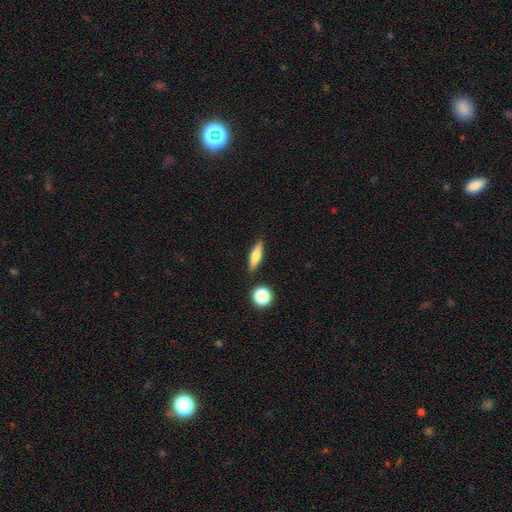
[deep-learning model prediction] The model was most divided on "how rounded": cigar-shaped: 60%, in between: 35%, round: 5%. More confident: merging — none (87%); smooth or featured — smooth (61%).